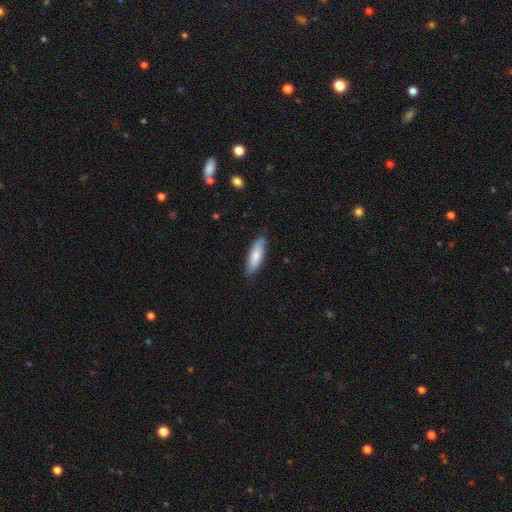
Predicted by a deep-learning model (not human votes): Morphology: type=smooth (79%); roundness=in between (50%); merging=none (83%).